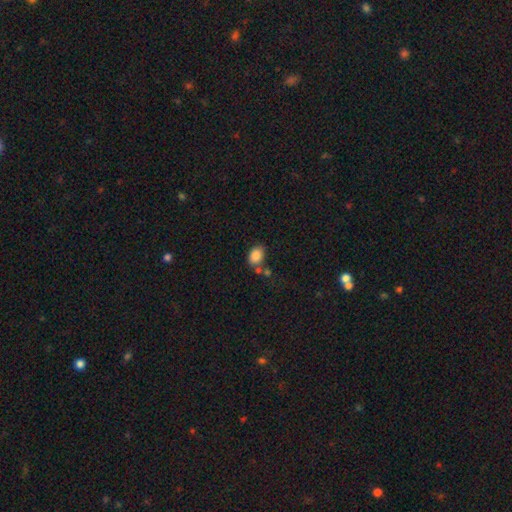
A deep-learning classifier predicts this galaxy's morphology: Overall: smooth (85%). How rounded: in between (77%). Merging: none (62%).